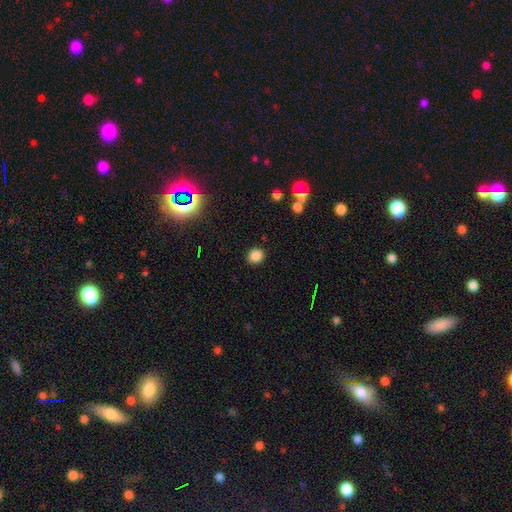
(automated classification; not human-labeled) smooth 85%, star or artifact 11%, featured or disk 4%. Down the decision tree: how rounded — round (80%); merging — none (89%).